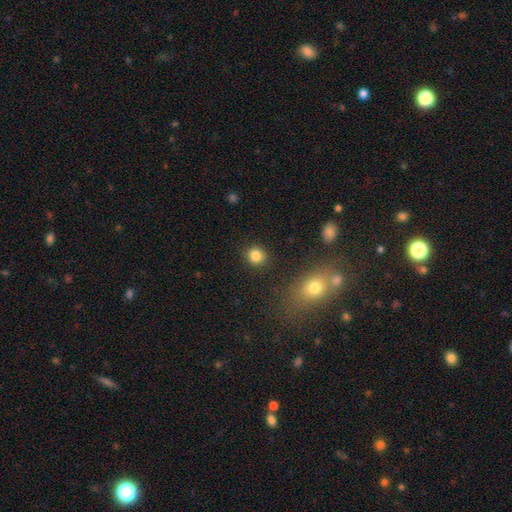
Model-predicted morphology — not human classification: smooth_or_featured: smooth (p=0.84) [alt: star or artifact p=0.11]
how_rounded: round (p=0.86) [alt: in between p=0.13]
merging: none (p=0.88) [alt: minor disturbance p=0.07]